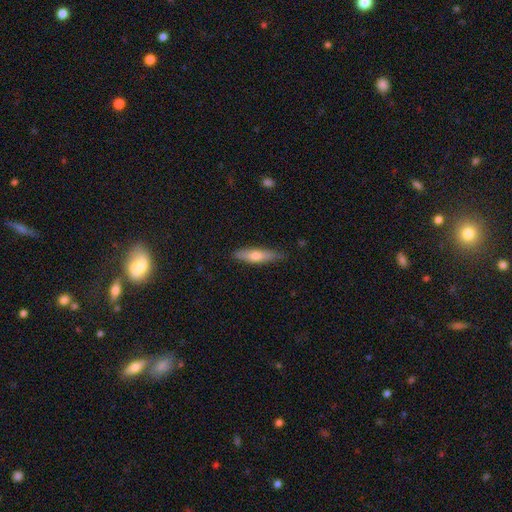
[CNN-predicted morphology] Smooth or featured? smooth (62%)
How rounded? cigar-shaped (72%)
Merging? none (80%)